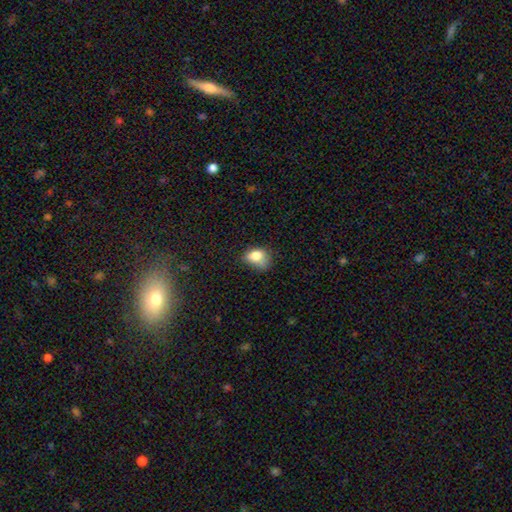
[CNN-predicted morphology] smooth_or_featured: smooth (p=0.79) [alt: featured or disk p=0.11]
how_rounded: in between (p=0.68) [alt: round p=0.31]
merging: minor disturbance (p=0.39) [alt: none p=0.37]